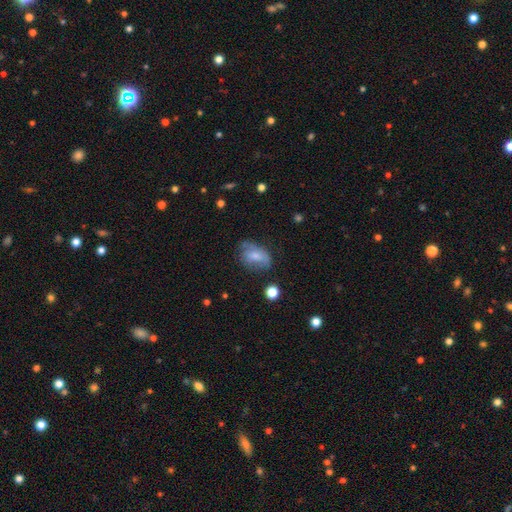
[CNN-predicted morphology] smooth_or_featured: smooth (p=0.59) [alt: featured or disk p=0.32]
how_rounded: in between (p=0.84) [alt: round p=0.14]
merging: none (p=0.50) [alt: minor disturbance p=0.31]